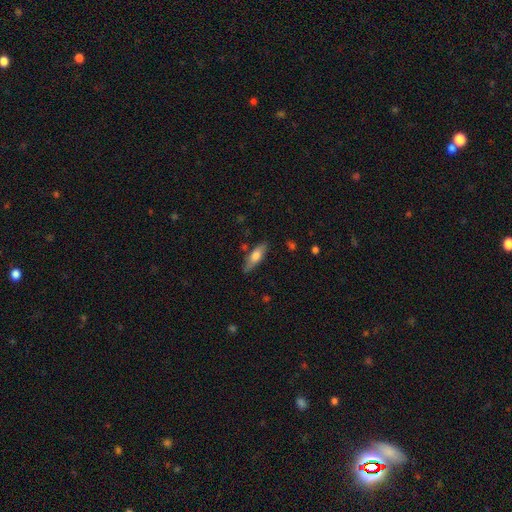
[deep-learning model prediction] A smooth galaxy with no disk features (67%) that is in between round and cigar-shaped (56%). Merging: none (79%).